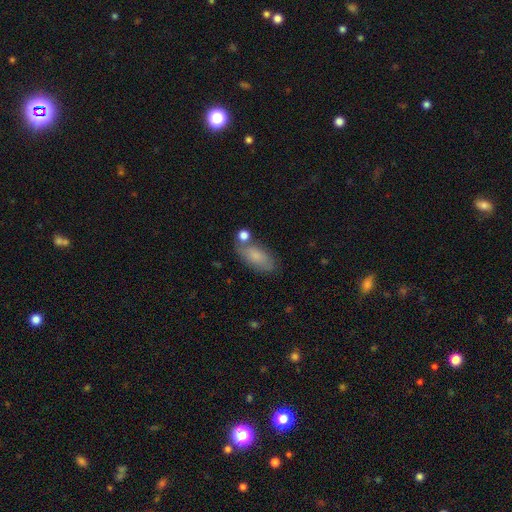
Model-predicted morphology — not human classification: Smooth or featured?
  - smooth: 78% *
  - featured or disk: 15%
  - star or artifact: 8%
How rounded?
  - in between: 88% *
  - cigar-shaped: 8%
  - round: 4%
Merging?
  - none: 63% *
  - minor disturbance: 19%
  - merger: 12%
  - major disturbance: 6%